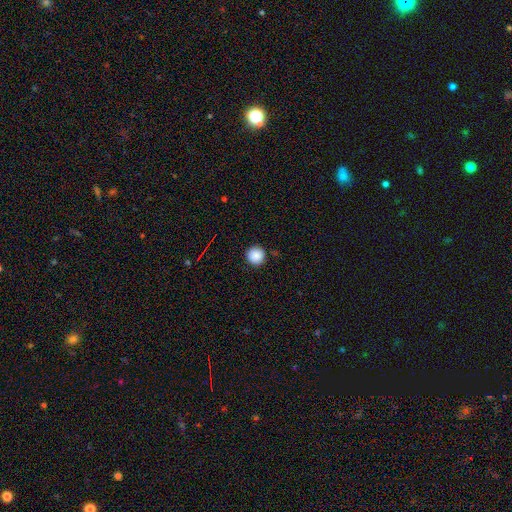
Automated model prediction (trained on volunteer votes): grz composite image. It shows a smooth galaxy with no disk features (87%) that is round (96%). Merging: none (91%).